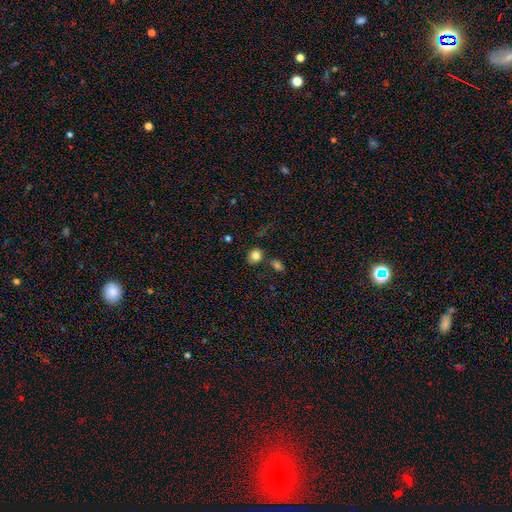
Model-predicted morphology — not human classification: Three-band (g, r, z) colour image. It shows a smooth galaxy with no disk features (82%) that is round (63%). Merging: none (73%).